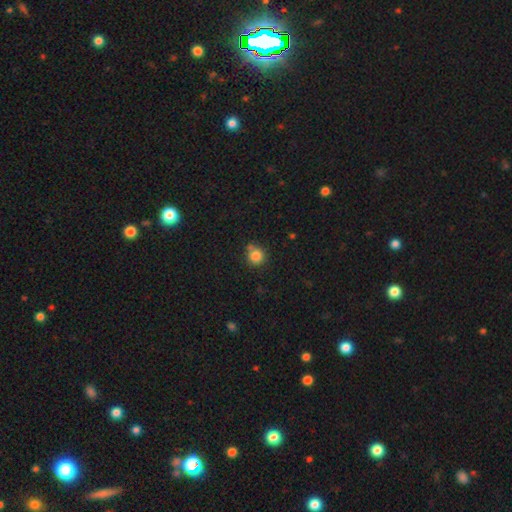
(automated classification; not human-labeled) Overall: smooth (82%). How rounded: round (90%). Merging: none (68%).